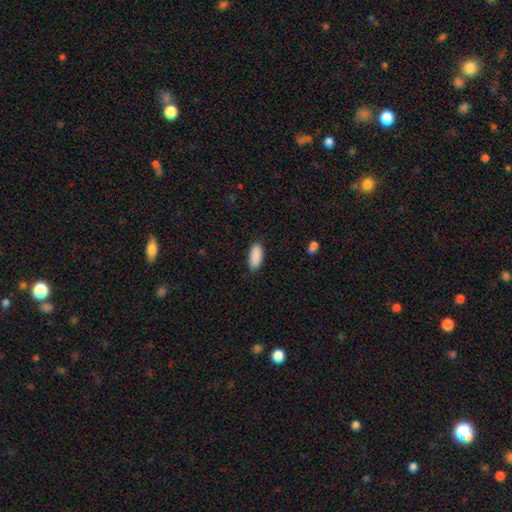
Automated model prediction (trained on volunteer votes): This appears to be a smooth galaxy with no disk features (90%) that is in between round and cigar-shaped (87%). Merging: none (85%).